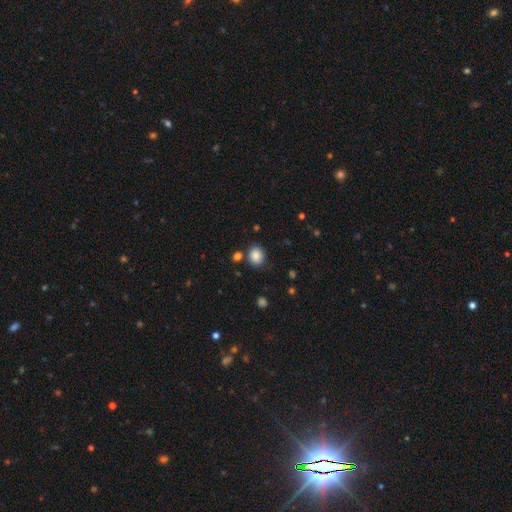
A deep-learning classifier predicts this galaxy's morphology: A smooth galaxy with no disk features (86%) that is round (58%). Merging: none (81%).